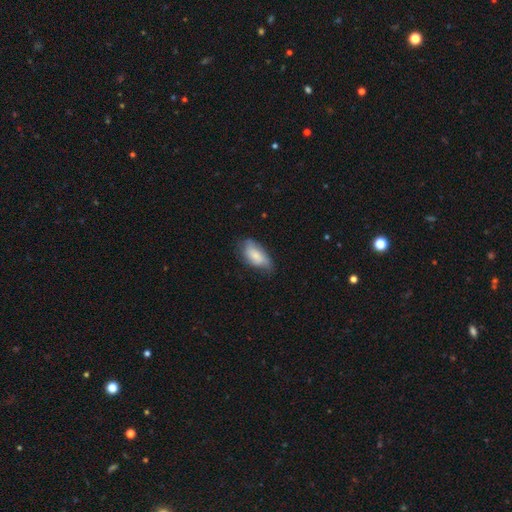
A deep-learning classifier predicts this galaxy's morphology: A smooth galaxy with no disk features (73%) that is in between round and cigar-shaped (90%). Merging: none (57%).